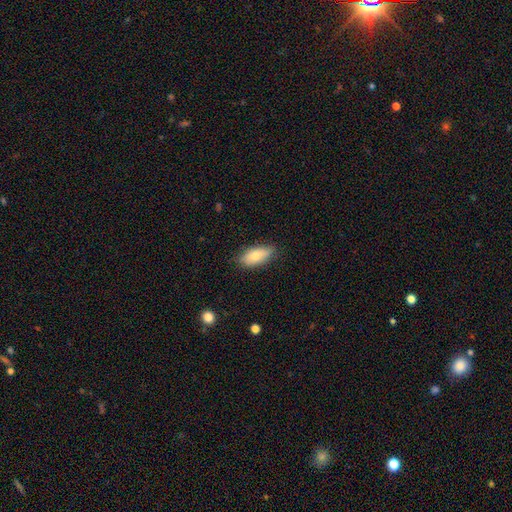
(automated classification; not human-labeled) Smooth or featured? smooth (78%)
How rounded? in between (87%)
Merging? none (79%)